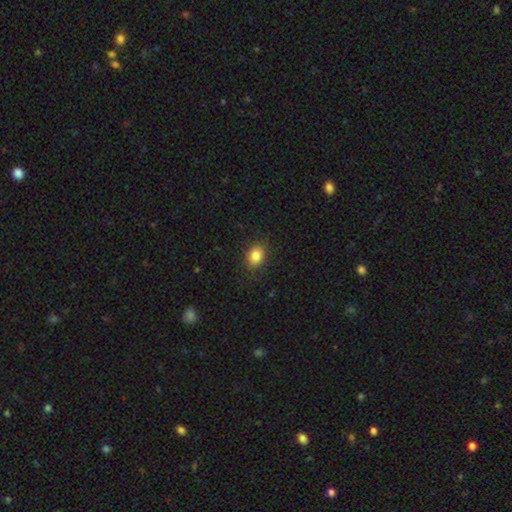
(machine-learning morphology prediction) This is clearly a smooth galaxy (84%). How rounded: likely in between (64%). Merging: clearly none (85%).